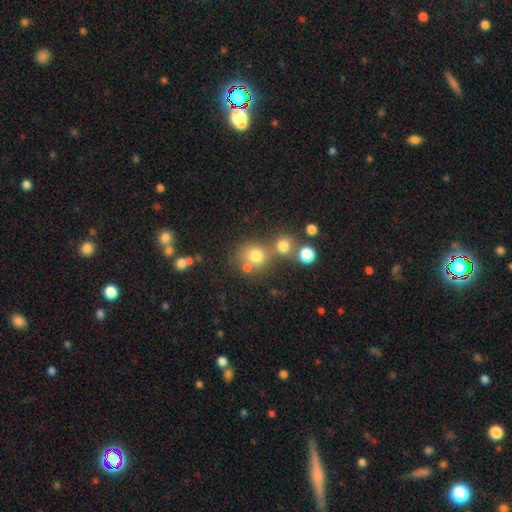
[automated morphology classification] type=smooth (72%); roundness=round (82%); merging=none (52%).